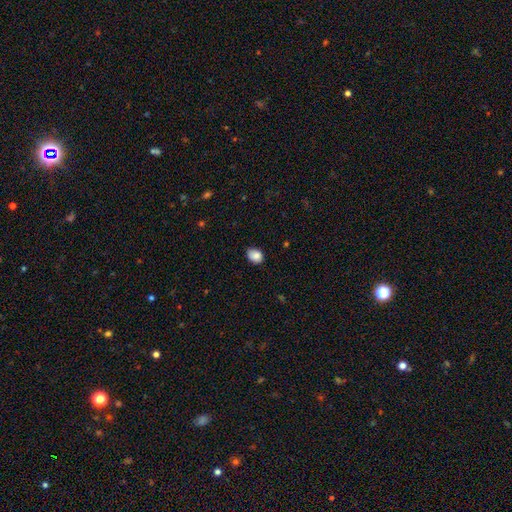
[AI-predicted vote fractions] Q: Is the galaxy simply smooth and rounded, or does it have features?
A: smooth — 86%.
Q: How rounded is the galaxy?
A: in between — 61%.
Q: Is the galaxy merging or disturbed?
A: none — 75%.